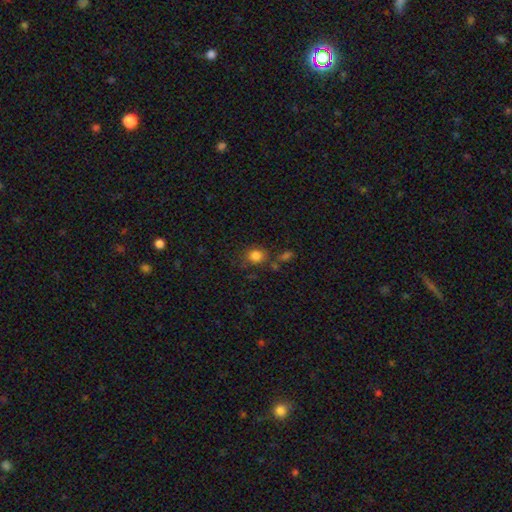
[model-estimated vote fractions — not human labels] smooth 83%, star or artifact 11%, featured or disk 6%. Down the decision tree: how rounded — round (70%); merging — none (67%).